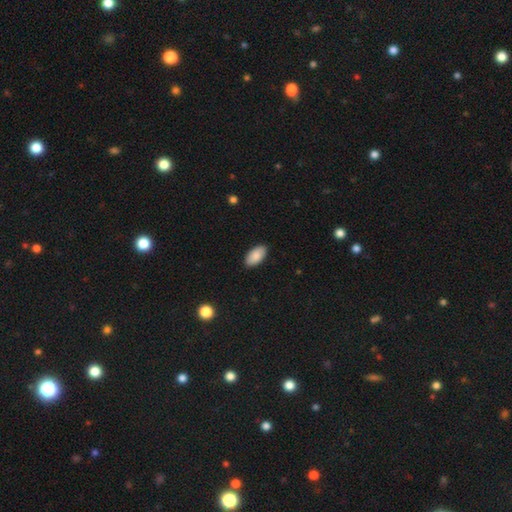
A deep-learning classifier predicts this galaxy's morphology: Smooth or featured? smooth (89%)
How rounded? in between (95%)
Merging? none (89%)